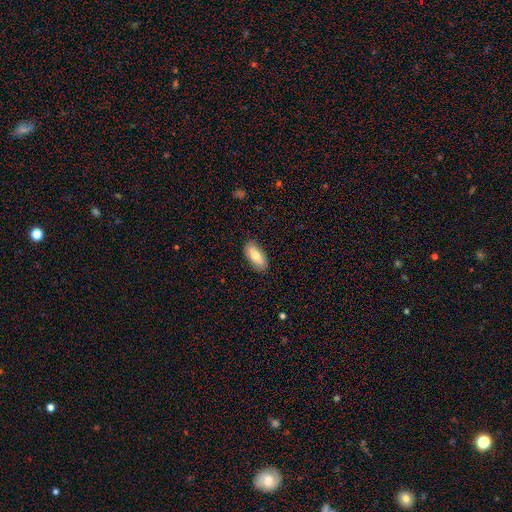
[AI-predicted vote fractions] A smooth galaxy with no disk features (75%) that is in between round and cigar-shaped (87%). Merging: none (88%).